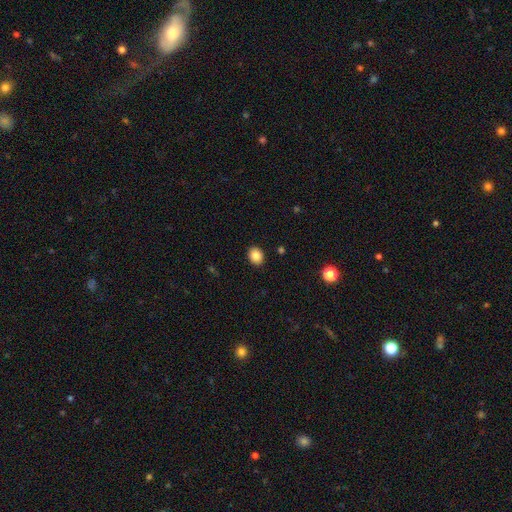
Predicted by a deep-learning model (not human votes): smooth-or-featured: smooth: 85% | star or artifact: 9% | featured or disk: 6%
  how-rounded: round: 55% | in between: 44% | cigar-shaped: 1%
  merging: none: 90% | minor disturbance: 7% | major disturbance: 2% | merger: 1%